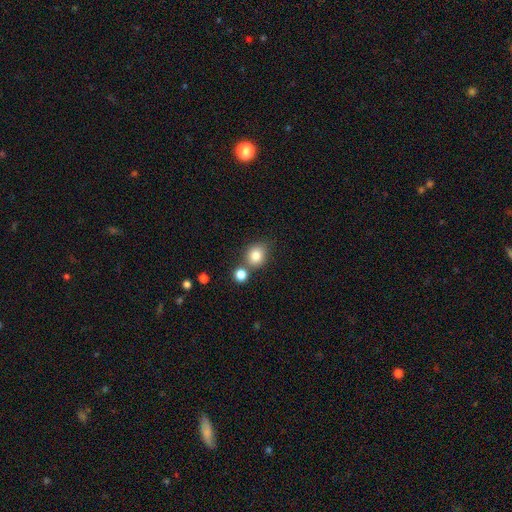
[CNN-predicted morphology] Smooth or featured? Predicted: smooth (p=0.82). How rounded? Predicted: round (p=0.75). Merging? Predicted: none (p=0.65).